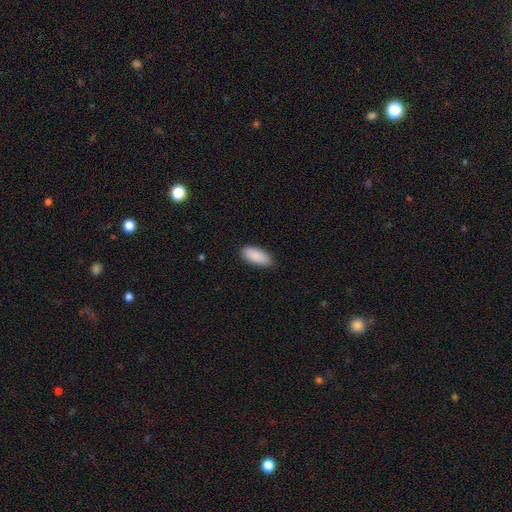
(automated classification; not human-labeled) Overall: smooth (90%). How rounded: in between (89%). Merging: none (86%).